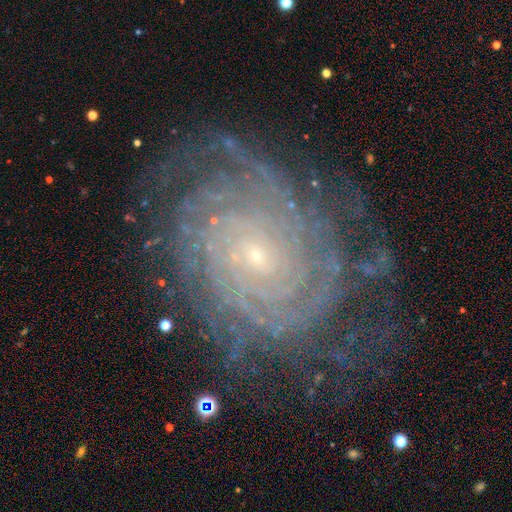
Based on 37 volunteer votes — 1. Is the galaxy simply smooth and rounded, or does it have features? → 89% featured or disk, 8% star or artifact, 3% smooth.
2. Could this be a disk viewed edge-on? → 97% no, 3% yes.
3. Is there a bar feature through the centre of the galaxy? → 84% no, 16% weak, 0% strong.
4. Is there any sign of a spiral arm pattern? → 97% yes, 3% no.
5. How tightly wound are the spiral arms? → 77% tight, 23% medium, 0% loose.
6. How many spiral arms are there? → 45% 3, 19% more than 4, 13% 4, 13% can't tell, 10% 2, 0% 1.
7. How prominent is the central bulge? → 94% small, 6% moderate, 0% dominant, 0% large, 0% none.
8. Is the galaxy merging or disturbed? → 74% none, 24% minor disturbance, 3% major disturbance, 0% merger.